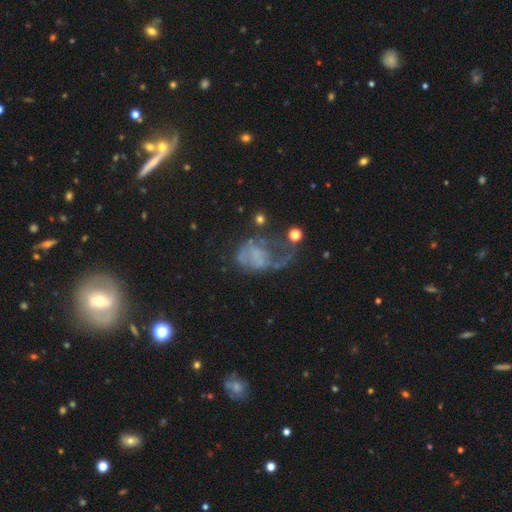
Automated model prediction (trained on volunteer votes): Overall: featured or disk (55%; smooth 30%). Edge-on disk: no (97%). Bar: no (82%). Spiral arms: no (63%; yes 37%). Bulge size: none (69%). Merging: major disturbance (54%; none 20%).